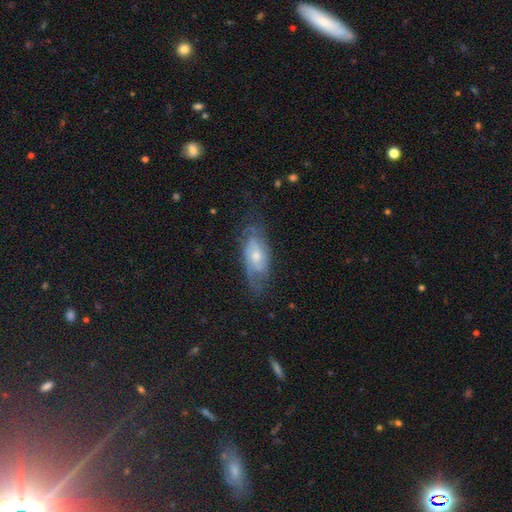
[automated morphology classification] Smooth or featured? featured or disk (72%)
Edge-on disk? no (88%)
Bar? no (61%)
Spiral arms? yes (89%)
Spiral winding? tight (45%)
Spiral arm count? 2 (46%)
Bulge size? moderate (55%)
Merging? none (67%)